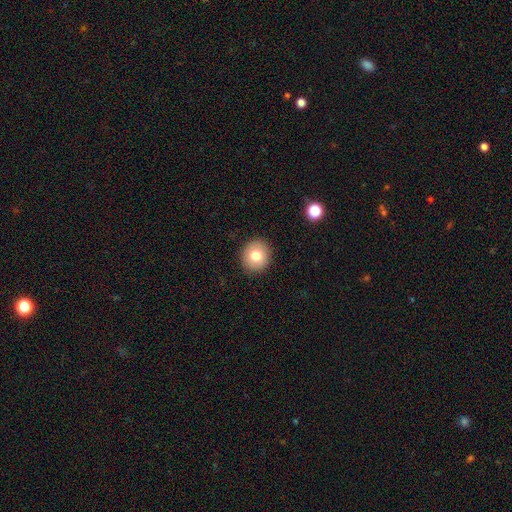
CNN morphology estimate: type=smooth (77%); roundness=round (86%); merging=none (91%).